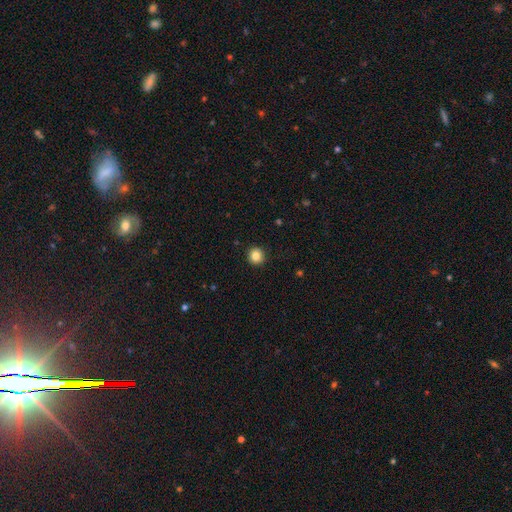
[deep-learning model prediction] Q: Smooth or featured?
A: smooth (84%); runner-up: star or artifact (10%)
Q: How rounded?
A: round (93%); runner-up: in between (6%)
Q: Merging?
A: none (92%); runner-up: minor disturbance (5%)